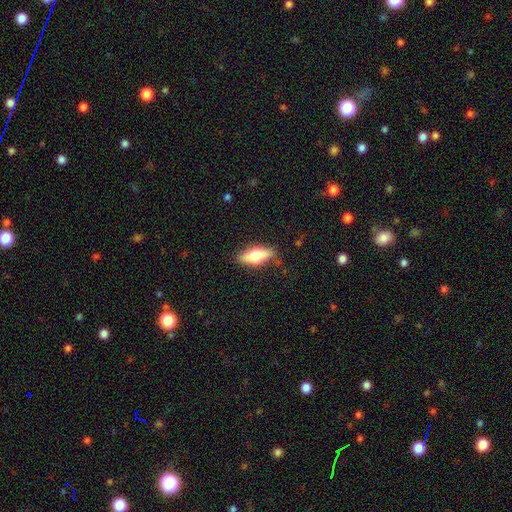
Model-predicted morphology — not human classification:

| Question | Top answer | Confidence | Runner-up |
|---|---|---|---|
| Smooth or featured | smooth | 58% | featured or disk (35%) |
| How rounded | in between | 62% | cigar-shaped (35%) |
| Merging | none | 83% | minor disturbance (12%) |